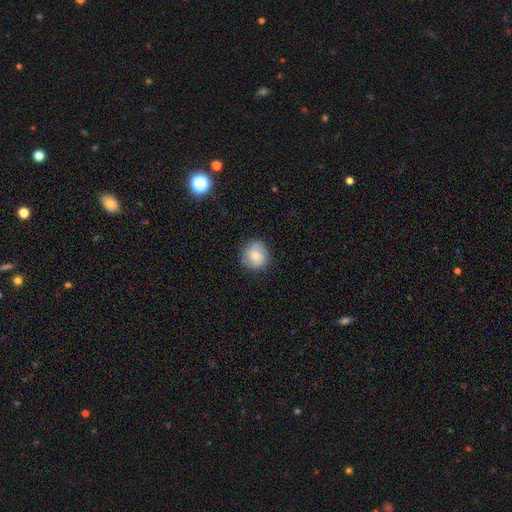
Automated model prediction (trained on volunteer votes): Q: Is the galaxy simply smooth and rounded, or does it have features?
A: smooth — 73%.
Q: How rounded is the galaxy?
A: round — 90%.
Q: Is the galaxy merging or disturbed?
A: none — 83%.